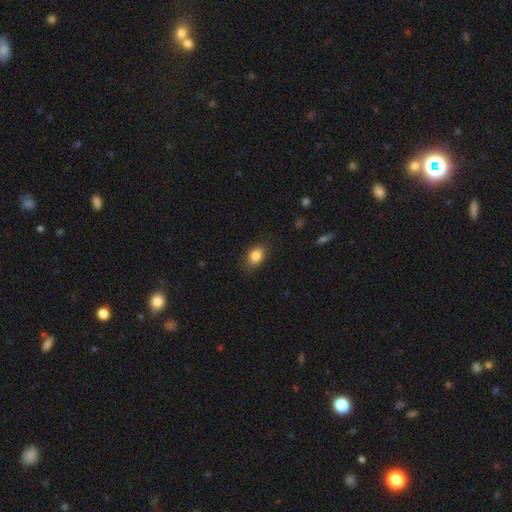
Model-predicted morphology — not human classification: A smooth galaxy with no disk features (84%) that is in between round and cigar-shaped (75%).

Vote fractions:
- Smooth or featured? smooth: 84% / star or artifact: 9% / featured or disk: 7%
- How rounded? in between: 75% / round: 23% / cigar-shaped: 2%
- Merging? none: 84% / minor disturbance: 12% / major disturbance: 3% / merger: 1%